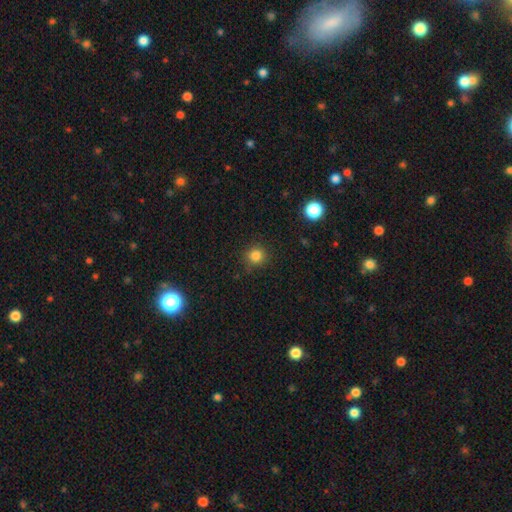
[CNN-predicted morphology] Smooth or featured: smooth — 83% (star or artifact — 13%)
How rounded: round — 92% (in between — 7%)
Merging: none — 87% (minor disturbance — 9%)